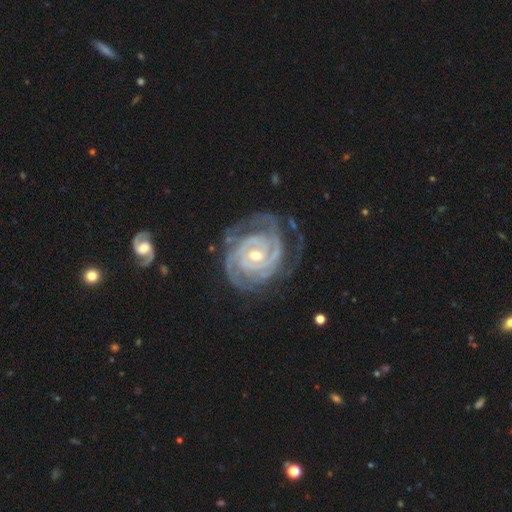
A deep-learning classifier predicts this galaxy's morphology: A featured or disk galaxy (92%) with no bar (54%), 2 (29%) tight (81%) spiral arms (98%) and a moderate central bulge (51%). Merging: none (67%).